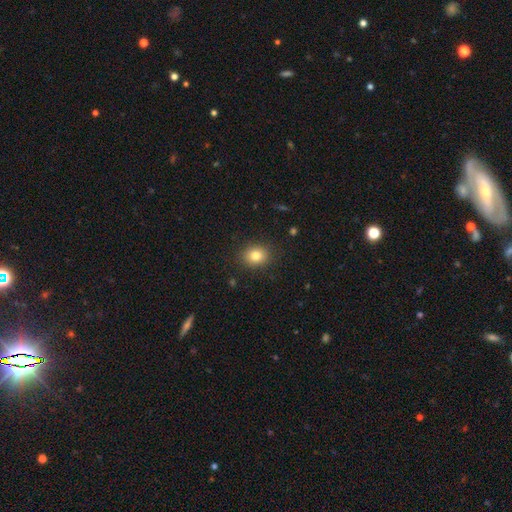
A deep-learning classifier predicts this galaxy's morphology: A smooth galaxy with no disk features (81%) that is round (59%).

Vote fractions:
- Smooth or featured? smooth: 81% / star or artifact: 11% / featured or disk: 8%
- How rounded? round: 59% / in between: 40% / cigar-shaped: 1%
- Merging? none: 89% / minor disturbance: 8% / major disturbance: 2% / merger: 1%